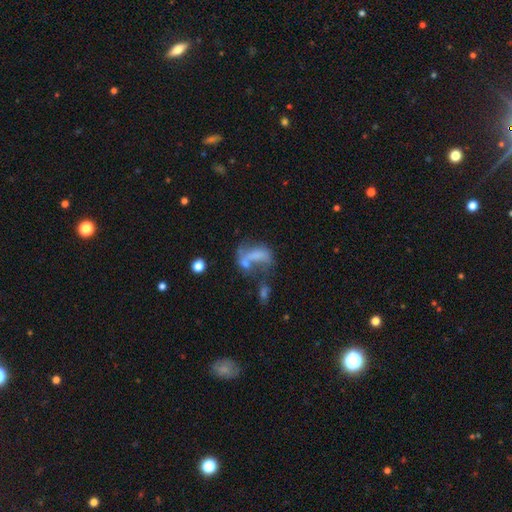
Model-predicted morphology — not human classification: Smooth or featured? smooth (47%)
Merging? merger (34%)